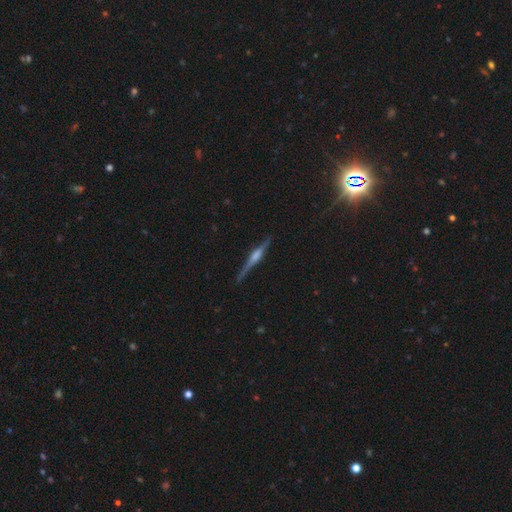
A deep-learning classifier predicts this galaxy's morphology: type=featured or disk (78%); edge-on=yes (98%); edge-on bulge=rounded (64%); merging=none (86%).